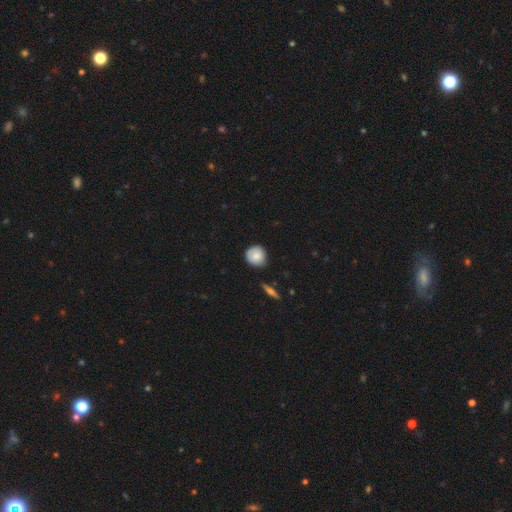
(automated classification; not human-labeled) Smooth or featured? Predicted: smooth (p=0.79). How rounded? Predicted: round (p=0.90). Merging? Predicted: none (p=0.79).